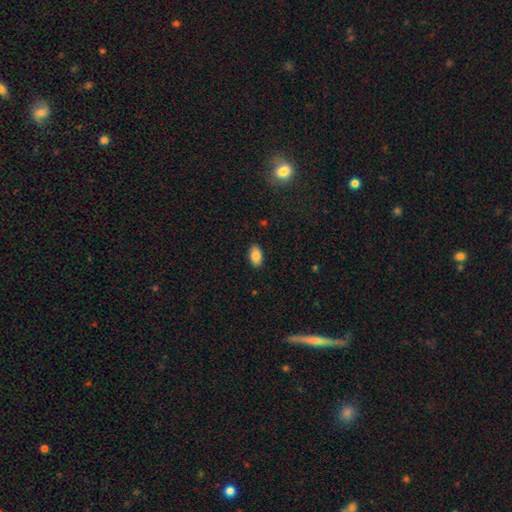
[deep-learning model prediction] Overall: smooth (84%). How rounded: in between (94%). Merging: none (88%).